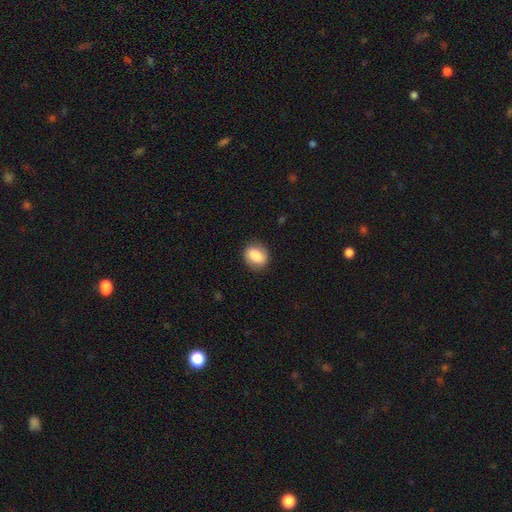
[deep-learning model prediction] Morphology: type=smooth (84%); roundness=in between (53%); merging=none (83%).